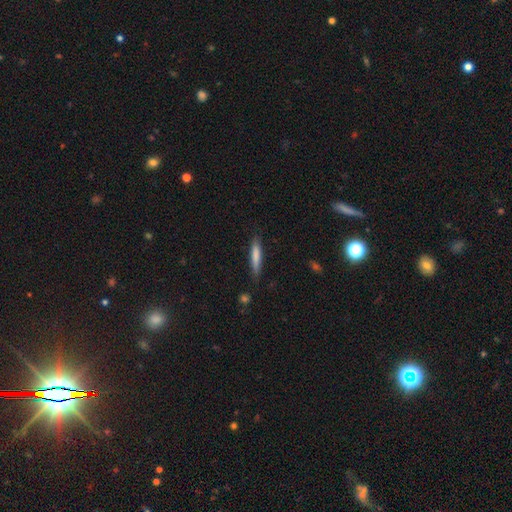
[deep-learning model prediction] Smooth or featured?
  - smooth: 76% *
  - featured or disk: 18%
  - star or artifact: 6%
How rounded?
  - cigar-shaped: 89% *
  - in between: 9%
  - round: 1%
Merging?
  - none: 83% *
  - minor disturbance: 13%
  - major disturbance: 3%
  - merger: 2%